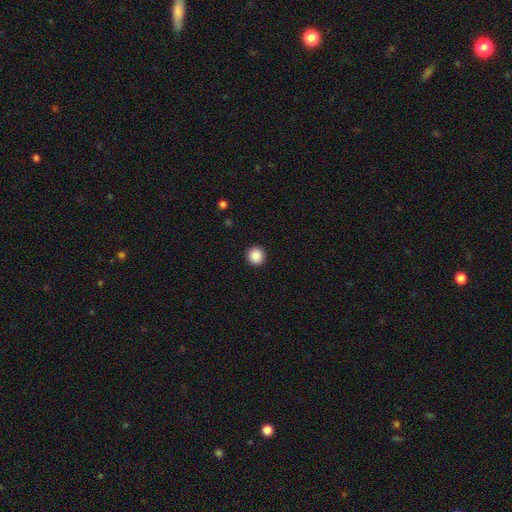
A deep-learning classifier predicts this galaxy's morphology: A smooth galaxy with no disk features (88%) that is round (94%).

Vote fractions:
- Smooth or featured? smooth: 88% / star or artifact: 9% / featured or disk: 3%
- How rounded? round: 94% / in between: 5% / cigar-shaped: 1%
- Merging? none: 93% / minor disturbance: 4% / major disturbance: 2% / merger: 1%